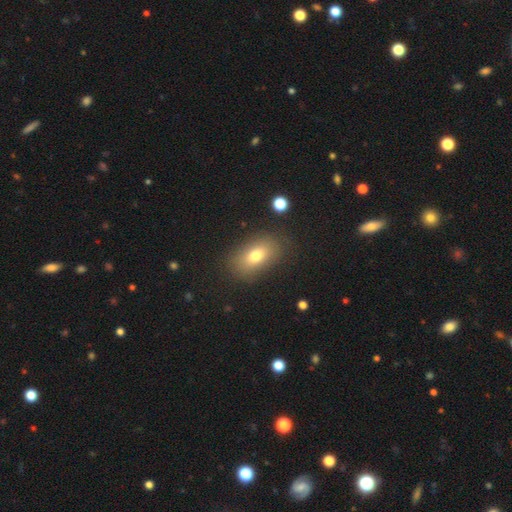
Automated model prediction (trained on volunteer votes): Smooth or featured? smooth (74%)
How rounded? in between (87%)
Merging? none (83%)